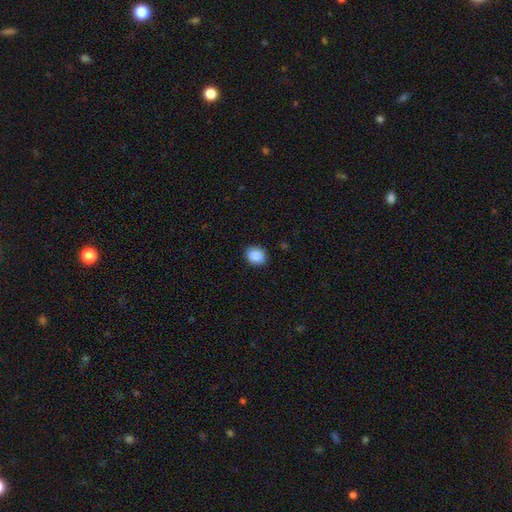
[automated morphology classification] Smooth or featured?
  - smooth: 87% *
  - star or artifact: 8%
  - featured or disk: 5%
How rounded?
  - in between: 50% *
  - round: 48%
  - cigar-shaped: 1%
Merging?
  - none: 86% *
  - minor disturbance: 10%
  - major disturbance: 2%
  - merger: 1%